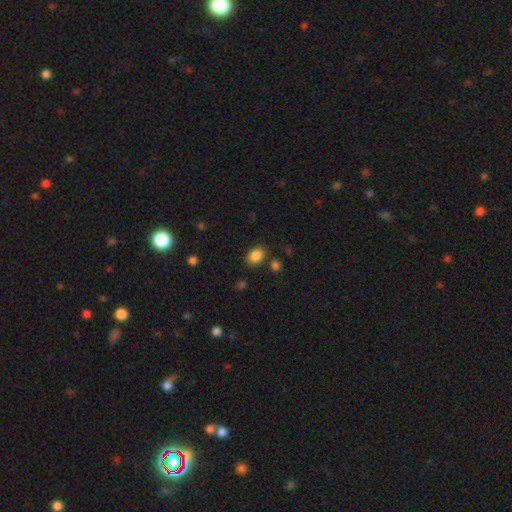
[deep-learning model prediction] Smooth or featured: smooth — 86% (star or artifact — 10%)
How rounded: in between — 58% (round — 41%)
Merging: none — 79% (minor disturbance — 12%)